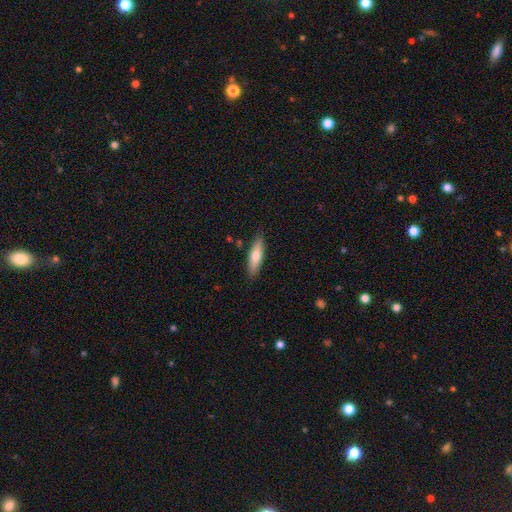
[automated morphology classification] A smooth galaxy with no disk features (69%) that is cigar-shaped (63%). Merging: none (86%).